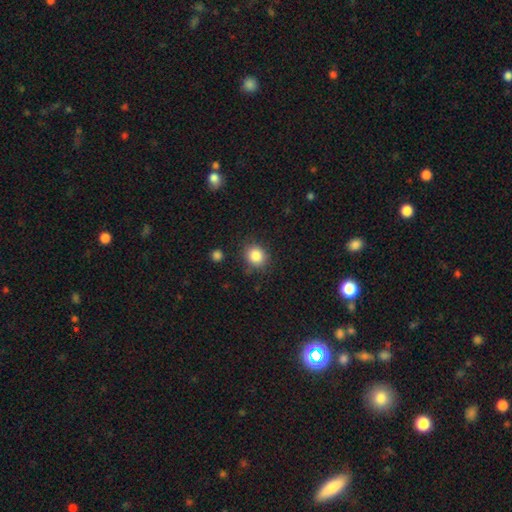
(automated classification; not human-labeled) A smooth galaxy with no disk features (85%) that is round (72%).

Vote fractions:
- Smooth or featured? smooth: 85% / star or artifact: 10% / featured or disk: 5%
- How rounded? round: 72% / in between: 27% / cigar-shaped: 1%
- Merging? none: 84% / minor disturbance: 11% / major disturbance: 3% / merger: 2%